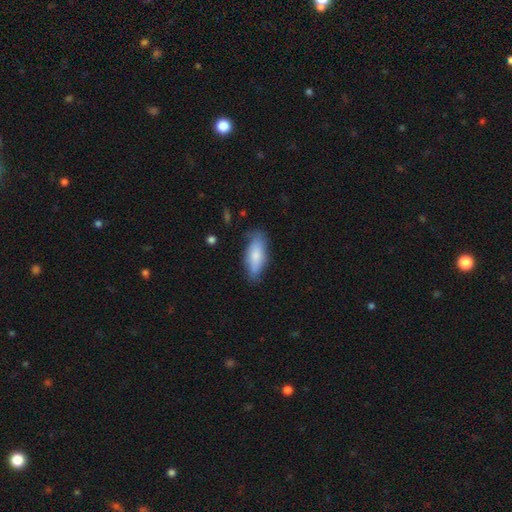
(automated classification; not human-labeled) Smooth or featured?
  - smooth: 77% *
  - featured or disk: 17%
  - star or artifact: 6%
How rounded?
  - in between: 66% *
  - cigar-shaped: 32%
  - round: 2%
Merging?
  - none: 73% *
  - minor disturbance: 21%
  - major disturbance: 4%
  - merger: 2%